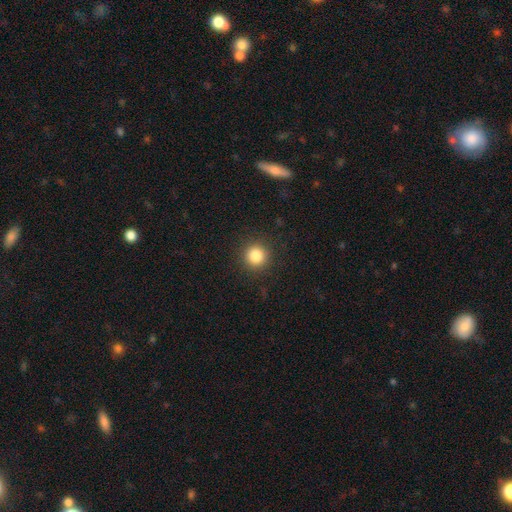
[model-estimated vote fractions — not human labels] A smooth galaxy with no disk features (84%) that is round (95%).

Vote fractions:
- Smooth or featured? smooth: 84% / star or artifact: 11% / featured or disk: 5%
- How rounded? round: 95% / in between: 4% / cigar-shaped: 1%
- Merging? none: 91% / minor disturbance: 5% / major disturbance: 2% / merger: 1%